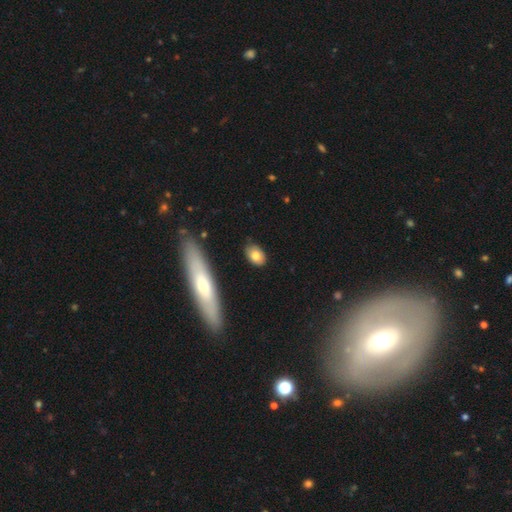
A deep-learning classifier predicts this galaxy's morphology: type=smooth (80%); roundness=in between (75%); merging=none (84%).